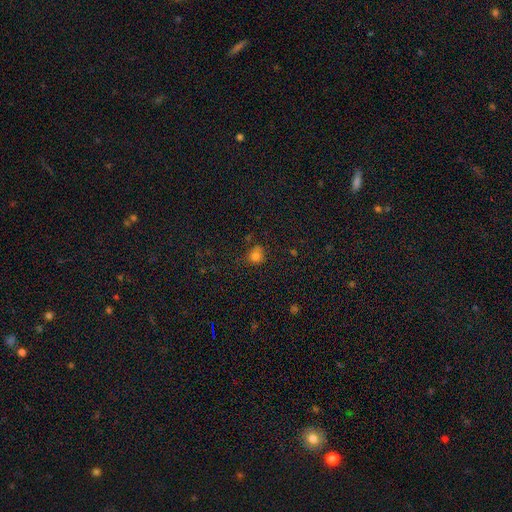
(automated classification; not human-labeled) smooth_or_featured: smooth (p=0.77) [alt: star or artifact p=0.17]
how_rounded: round (p=0.77) [alt: in between p=0.22]
merging: none (p=0.60) [alt: minor disturbance p=0.21]